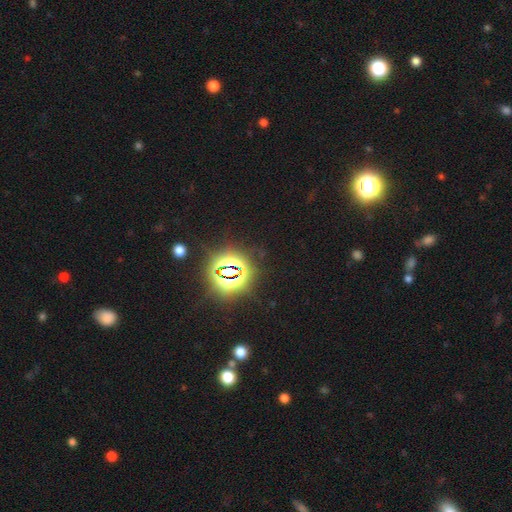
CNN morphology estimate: star or artifact 85%, smooth 9%, featured or disk 6%.